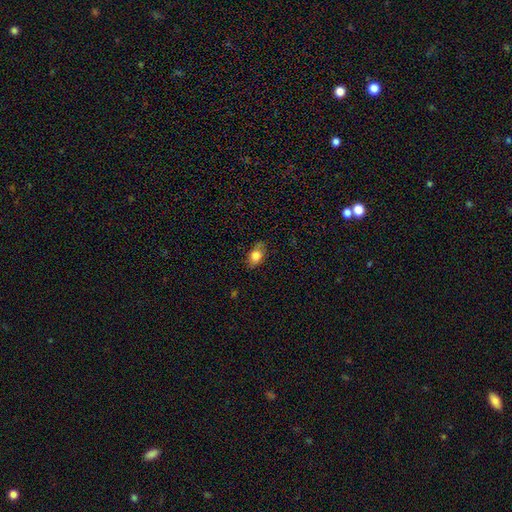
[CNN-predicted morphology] type=smooth (78%); roundness=in between (80%); merging=none (71%).